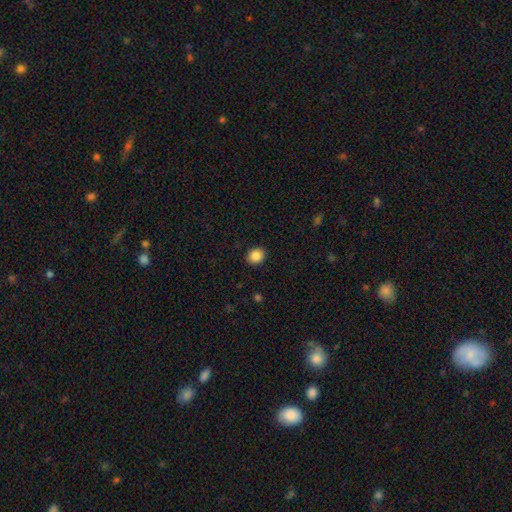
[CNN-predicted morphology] This appears to be a smooth galaxy with no disk features (87%) that is round (62%). Merging: none (91%).